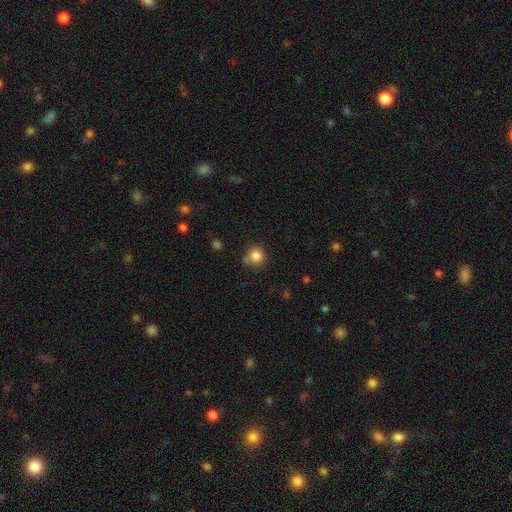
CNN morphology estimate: A smooth galaxy with no disk features (84%) that is round (90%). Merging: none (70%).